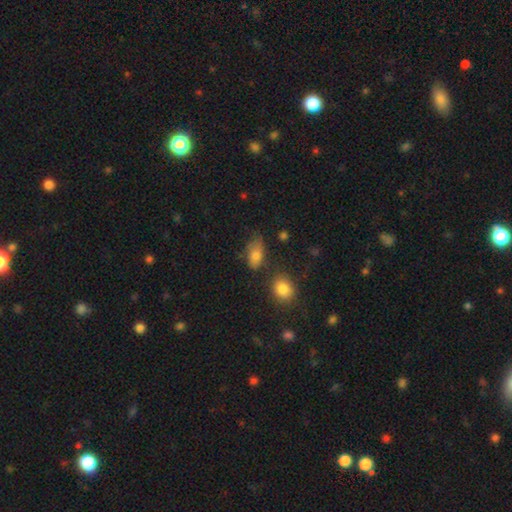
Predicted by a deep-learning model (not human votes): Smooth or featured? Predicted: smooth (p=0.78). How rounded? Predicted: in between (p=0.87). Merging? Predicted: none (p=0.53).